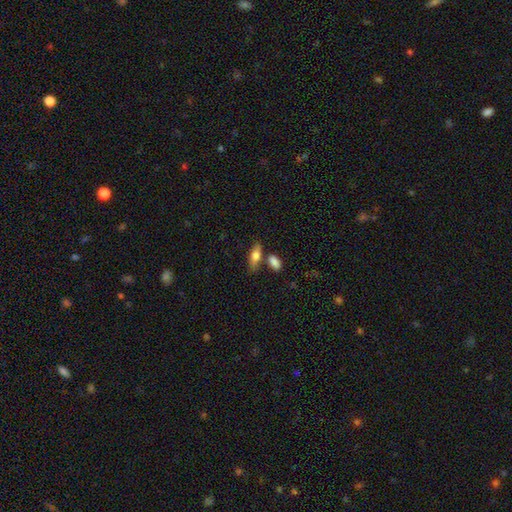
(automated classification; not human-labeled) The model was most divided on "merging": none: 63%, merger: 18%, minor disturbance: 14%, major disturbance: 4%. More confident: smooth or featured — smooth (72%); how rounded — in between (71%).